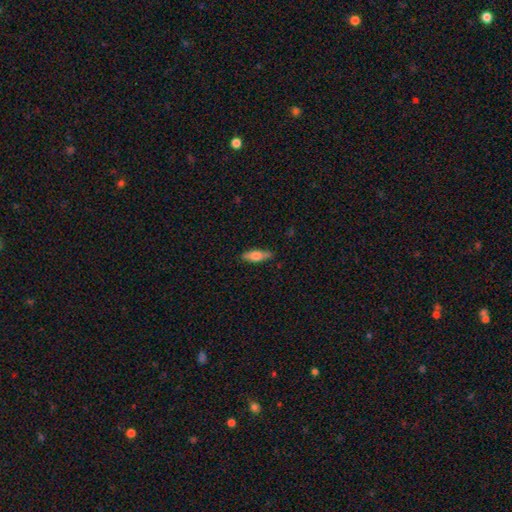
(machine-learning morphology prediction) Smooth or featured? smooth (64%)
How rounded? in between (52%)
Merging? none (85%)